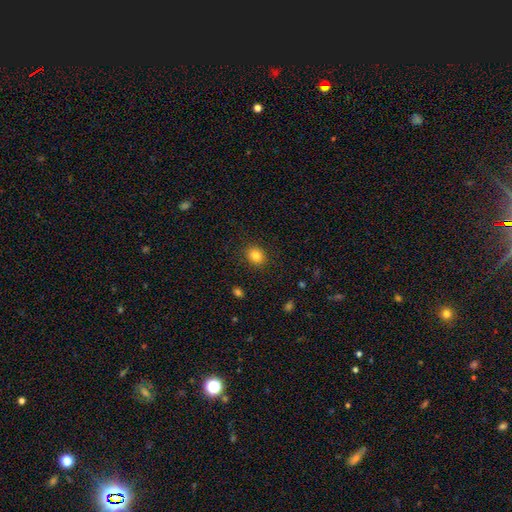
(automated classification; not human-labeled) The model was most divided on "how rounded": round: 63%, in between: 36%, cigar-shaped: 1%. More confident: merging — none (89%); smooth or featured — smooth (83%).